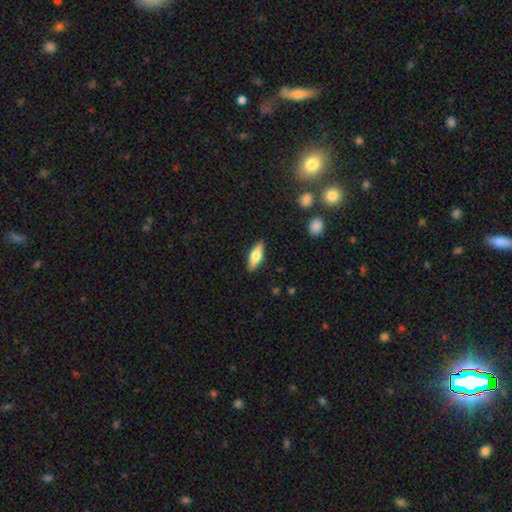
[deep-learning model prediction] Morphology: type=smooth (50%); merging=none (89%).